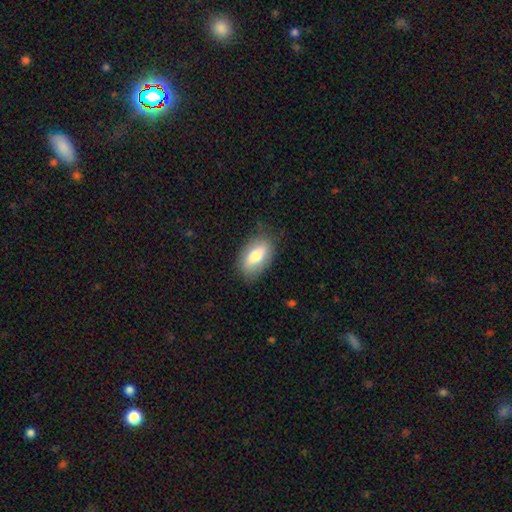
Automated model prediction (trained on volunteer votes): A smooth galaxy with no disk features (71%) that is in between round and cigar-shaped (91%).

Vote fractions:
- Smooth or featured? smooth: 71% / featured or disk: 22% / star or artifact: 6%
- How rounded? in between: 91% / round: 6% / cigar-shaped: 4%
- Merging? none: 75% / minor disturbance: 19% / major disturbance: 5% / merger: 1%